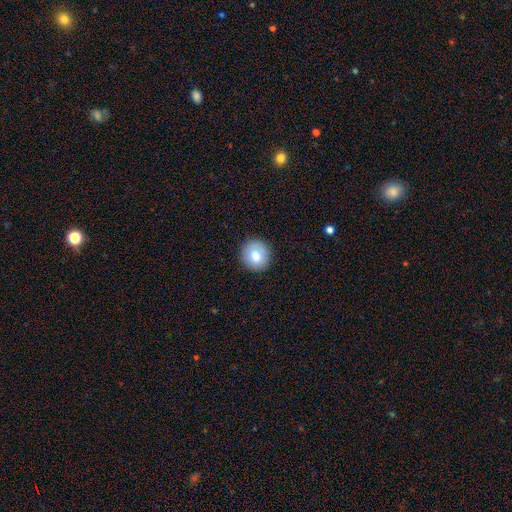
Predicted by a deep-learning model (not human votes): smooth 80%, featured or disk 12%, star or artifact 8%. Down the decision tree: how rounded — round (89%); merging — none (89%).